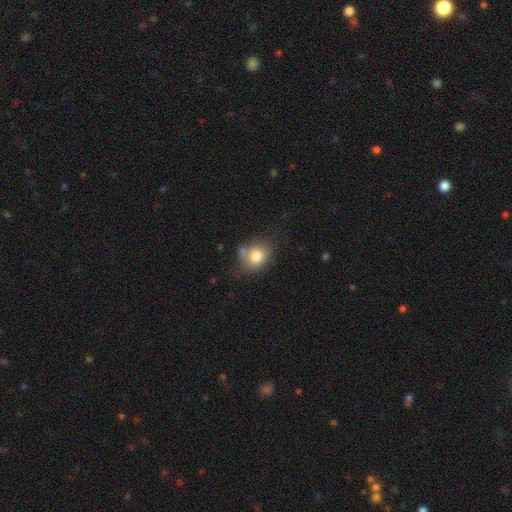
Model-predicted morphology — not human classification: type=smooth (78%); roundness=round (59%); merging=none (57%).